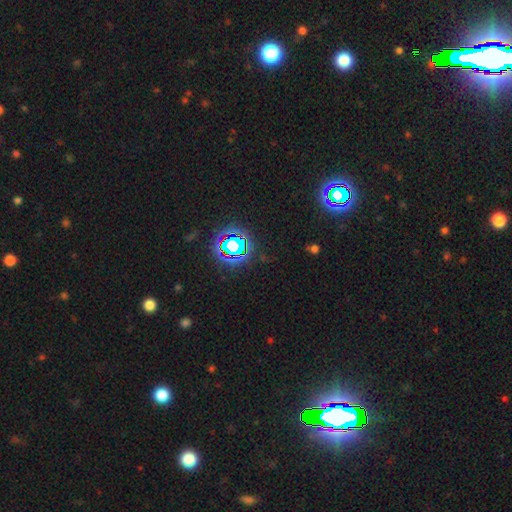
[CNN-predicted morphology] Smooth or featured? star or artifact (82%)